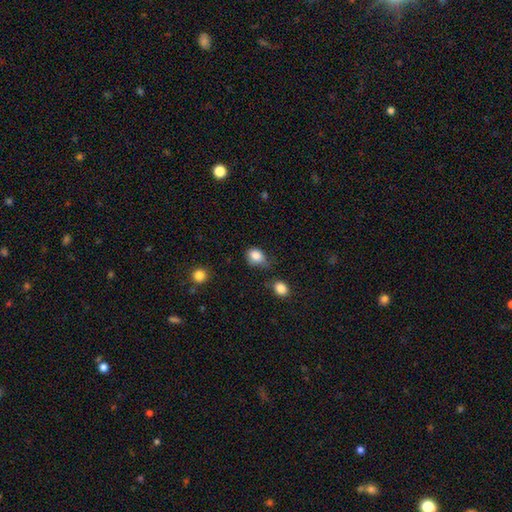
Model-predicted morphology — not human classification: The model was most divided on "how rounded": in between: 50%, round: 48%, cigar-shaped: 1%. Remaining: smooth or featured — smooth (84%); merging — none (44%).